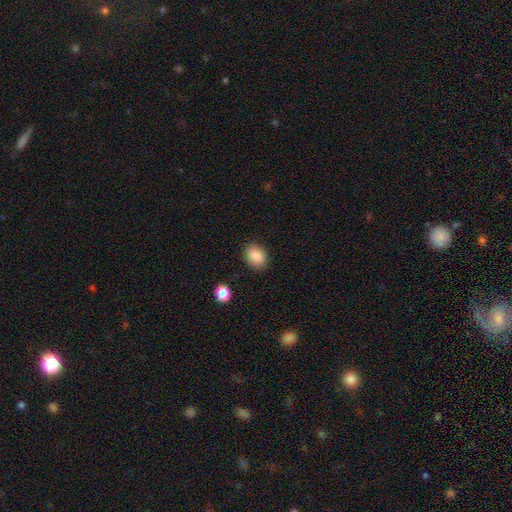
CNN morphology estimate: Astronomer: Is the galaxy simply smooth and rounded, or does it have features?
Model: smooth — 88%.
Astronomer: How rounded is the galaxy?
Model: in between — 73%.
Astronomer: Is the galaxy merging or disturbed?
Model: none — 86%.